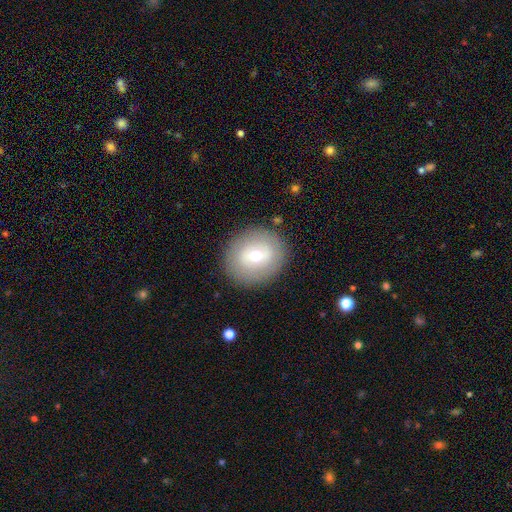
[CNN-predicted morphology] Smooth or featured?
  - smooth: 57% *
  - featured or disk: 35%
  - star or artifact: 9%
How rounded?
  - round: 82% *
  - in between: 17%
  - cigar-shaped: 1%
Merging?
  - none: 87% *
  - minor disturbance: 8%
  - major disturbance: 3%
  - merger: 1%